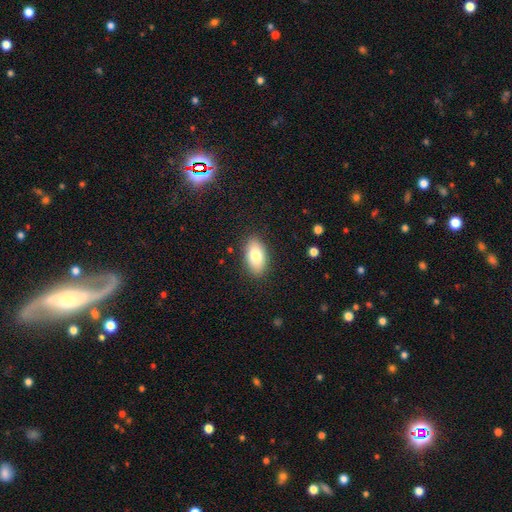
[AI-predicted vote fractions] The model was most divided on "smooth or featured": smooth: 80%, featured or disk: 13%, star or artifact: 7%. More confident: how rounded — in between (93%); merging — none (87%).